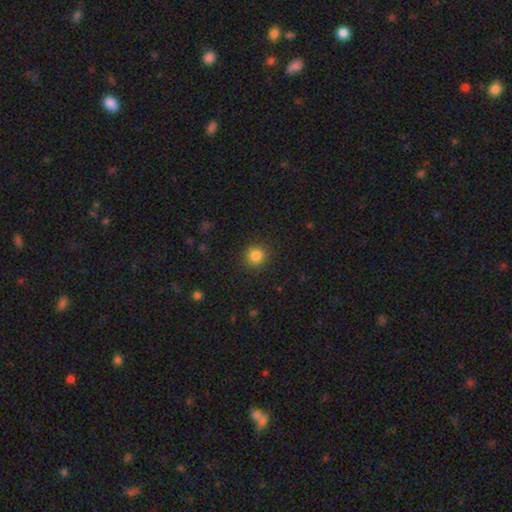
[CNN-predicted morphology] A smooth galaxy with no disk features (84%) that is round (92%).

Vote fractions:
- Smooth or featured? smooth: 84% / star or artifact: 12% / featured or disk: 4%
- How rounded? round: 92% / in between: 7% / cigar-shaped: 1%
- Merging? none: 90% / minor disturbance: 6% / major disturbance: 2% / merger: 1%